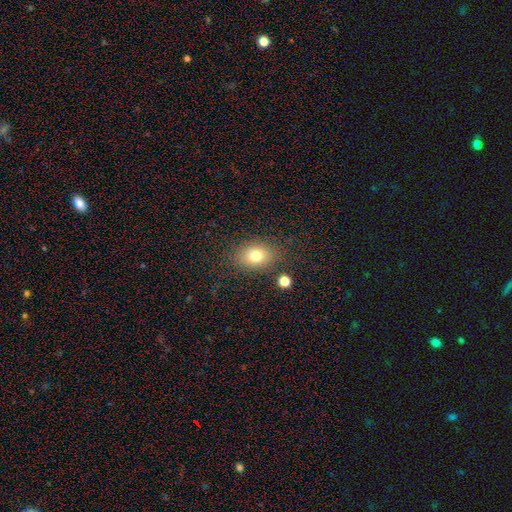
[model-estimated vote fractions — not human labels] Smooth or featured?
  - smooth: 77% *
  - star or artifact: 12%
  - featured or disk: 11%
How rounded?
  - in between: 67% *
  - round: 32%
  - cigar-shaped: 1%
Merging?
  - none: 80% *
  - minor disturbance: 12%
  - major disturbance: 5%
  - merger: 3%